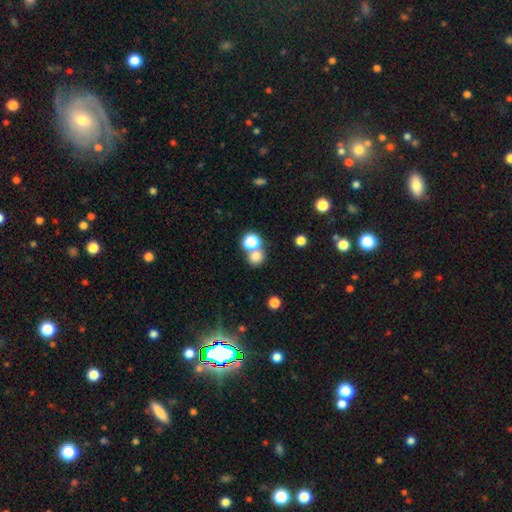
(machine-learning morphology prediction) Smooth or featured? Predicted: smooth (p=0.75). How rounded? Predicted: round (p=0.81). Merging? Predicted: none (p=0.55).